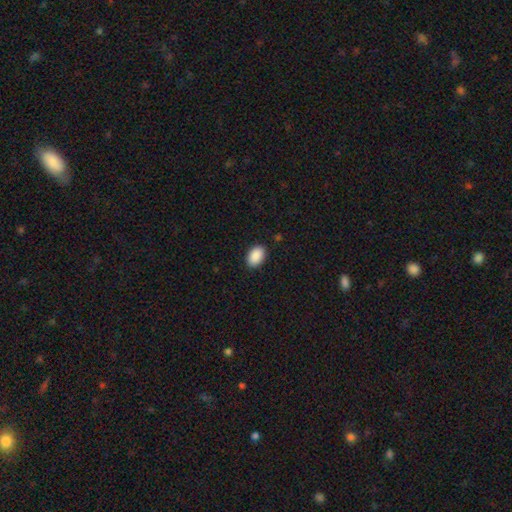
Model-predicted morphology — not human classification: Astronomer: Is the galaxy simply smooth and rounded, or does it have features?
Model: smooth — 90%.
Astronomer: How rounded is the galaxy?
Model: in between — 89%.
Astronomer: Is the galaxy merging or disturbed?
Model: none — 89%.